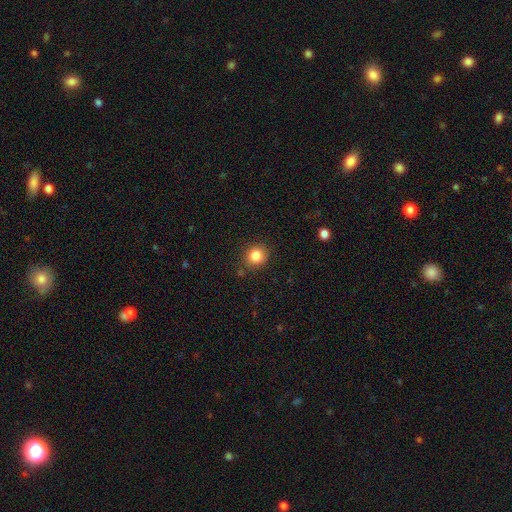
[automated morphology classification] smooth 84%, star or artifact 11%, featured or disk 5%. Down the decision tree: how rounded — round (85%); merging — none (86%).